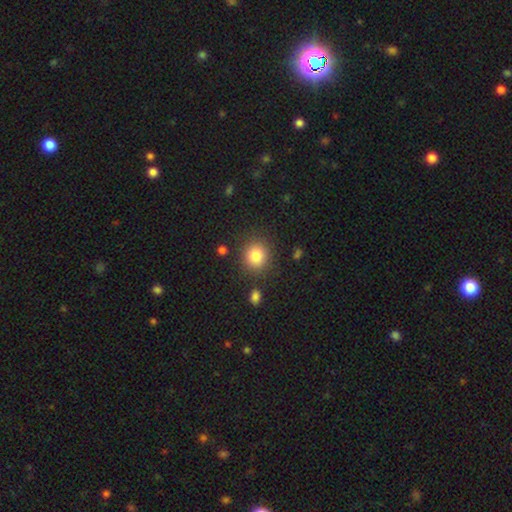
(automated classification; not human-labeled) Morphology: type=smooth (82%); roundness=round (85%); merging=none (86%).